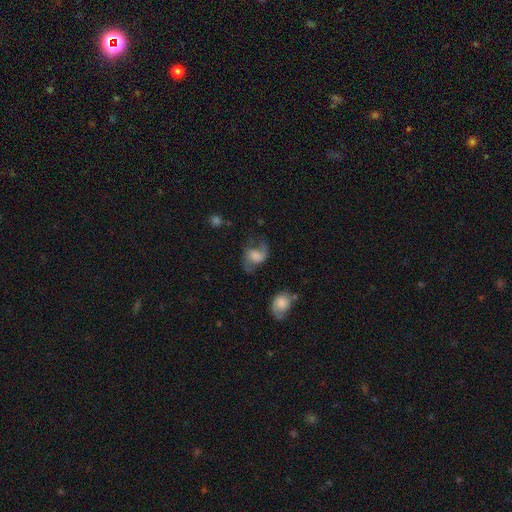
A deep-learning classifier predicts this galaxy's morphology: This appears to be a featured or disk galaxy (61%) with no bar (48%), 2 (83%) loose (64%) spiral arms (88%) and a large central bulge (27%). Merging: none (50%).